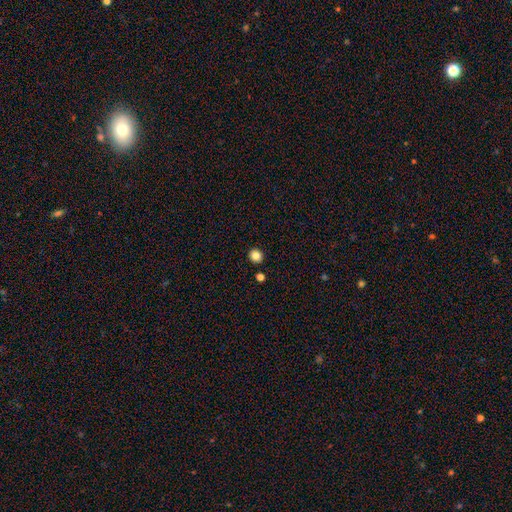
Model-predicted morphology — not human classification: This appears to be a smooth galaxy with no disk features (83%) that is round (91%). Merging: none (91%).